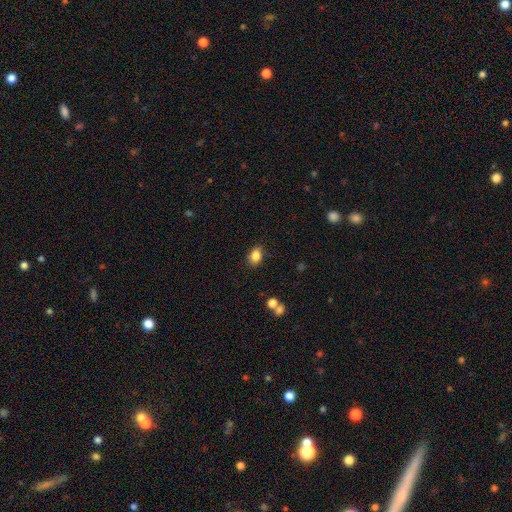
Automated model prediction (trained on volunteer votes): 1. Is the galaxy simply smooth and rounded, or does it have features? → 84% smooth, 9% star or artifact, 7% featured or disk.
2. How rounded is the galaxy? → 71% in between, 27% round, 1% cigar-shaped.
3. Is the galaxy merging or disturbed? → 79% none, 15% minor disturbance, 3% major disturbance, 2% merger.